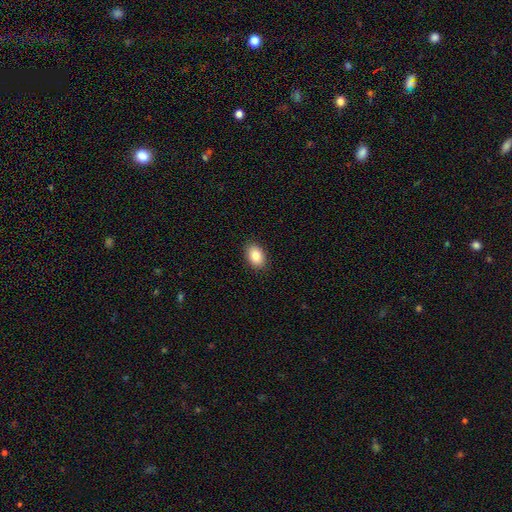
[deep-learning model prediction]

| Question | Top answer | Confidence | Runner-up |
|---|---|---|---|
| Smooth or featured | smooth | 86% | star or artifact (7%) |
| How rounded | in between | 87% | round (11%) |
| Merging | none | 89% | minor disturbance (8%) |